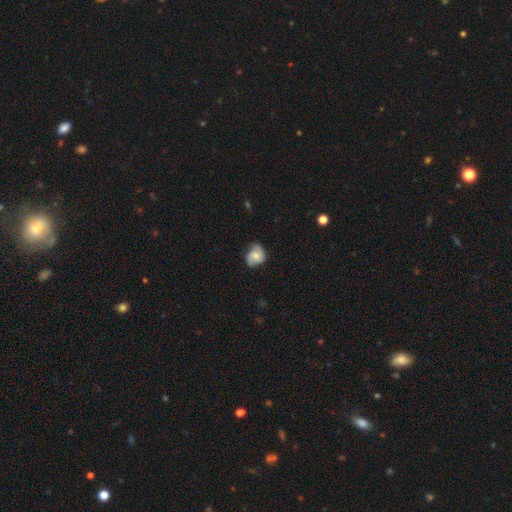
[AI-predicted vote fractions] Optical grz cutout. It shows a smooth galaxy with no disk features (46%, tied with featured or disk). Merging: none (60%).